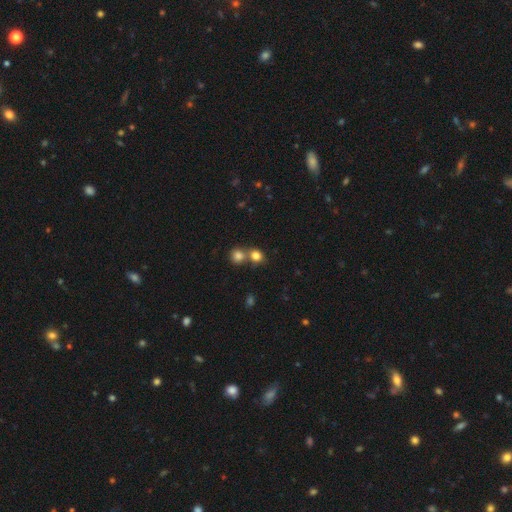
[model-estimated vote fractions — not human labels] Smooth or featured?
  - smooth: 81% *
  - star or artifact: 12%
  - featured or disk: 6%
How rounded?
  - round: 78% *
  - in between: 21%
  - cigar-shaped: 1%
Merging?
  - none: 50% *
  - merger: 39%
  - minor disturbance: 7%
  - major disturbance: 3%